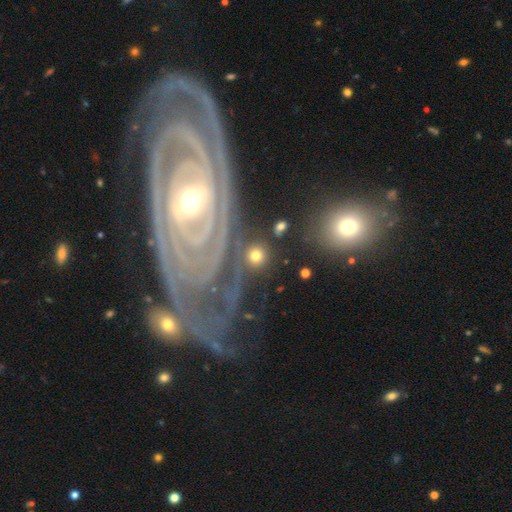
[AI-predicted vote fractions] smooth-or-featured: smooth: 69% | featured or disk: 19% | star or artifact: 12%
  how-rounded: round: 89% | in between: 10% | cigar-shaped: 2%
  merging: none: 82% | minor disturbance: 9% | merger: 5% | major disturbance: 5%